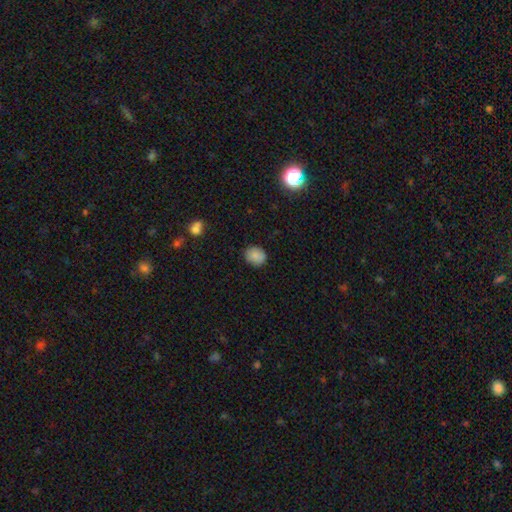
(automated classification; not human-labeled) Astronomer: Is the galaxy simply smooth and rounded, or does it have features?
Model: smooth — 85%.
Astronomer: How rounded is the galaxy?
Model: round — 67%.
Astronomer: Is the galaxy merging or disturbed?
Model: none — 85%.